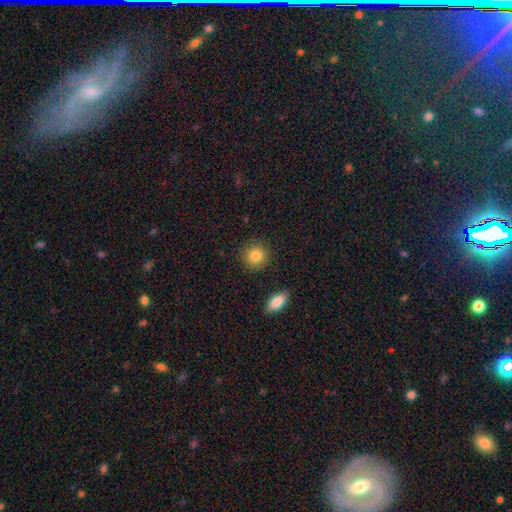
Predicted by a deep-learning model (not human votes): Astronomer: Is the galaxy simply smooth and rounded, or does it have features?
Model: smooth — 84%.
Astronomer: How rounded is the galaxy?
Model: round — 89%.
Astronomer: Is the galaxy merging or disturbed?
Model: none — 88%.